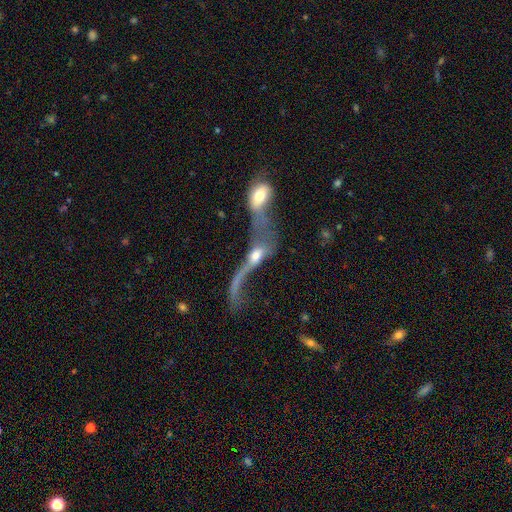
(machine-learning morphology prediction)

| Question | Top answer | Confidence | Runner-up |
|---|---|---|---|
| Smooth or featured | featured or disk | 53% | smooth (37%) |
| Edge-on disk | no | 77% | yes (23%) |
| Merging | merger | 74% | major disturbance (16%) |